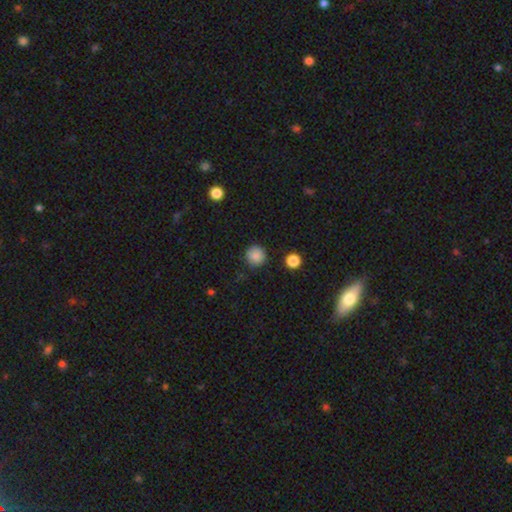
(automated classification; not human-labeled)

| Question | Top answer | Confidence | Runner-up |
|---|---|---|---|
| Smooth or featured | smooth | 86% | star or artifact (10%) |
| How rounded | round | 94% | in between (5%) |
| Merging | none | 87% | minor disturbance (9%) |